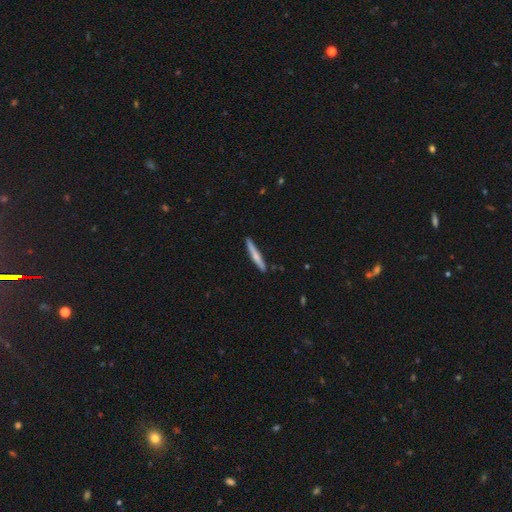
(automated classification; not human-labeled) This is likely a smooth galaxy (61%). How rounded: clearly cigar-shaped (96%). Merging: clearly none (89%).